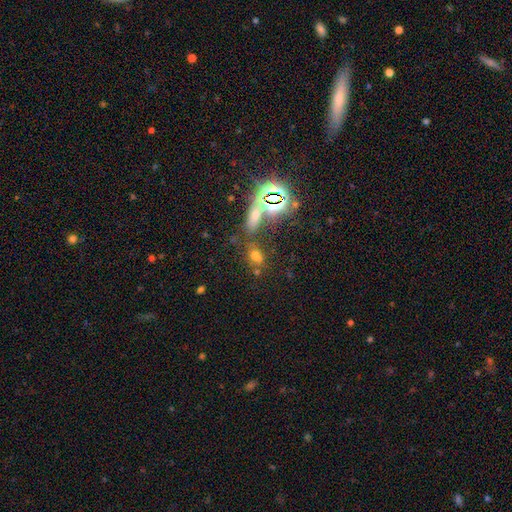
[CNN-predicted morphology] type=smooth (55%); roundness=in between (69%); merging=none (56%).